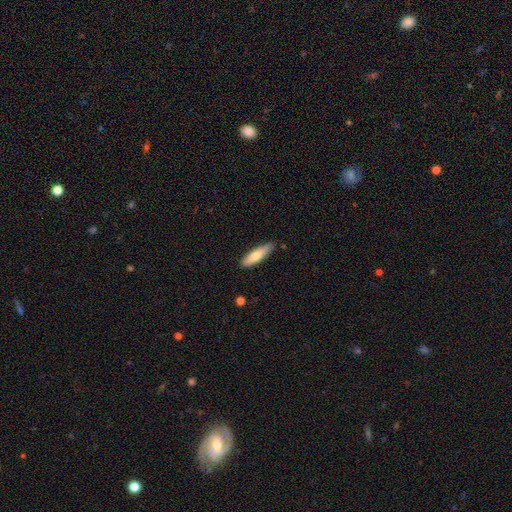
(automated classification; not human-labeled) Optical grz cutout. It shows a smooth galaxy with no disk features (70%) that is cigar-shaped (69%). Merging: none (84%).